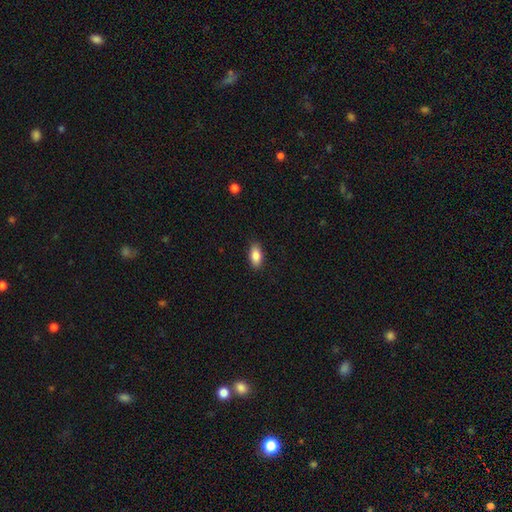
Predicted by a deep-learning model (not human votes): A smooth galaxy with no disk features (86%) that is in between round and cigar-shaped (88%).

Vote fractions:
- Smooth or featured? smooth: 86% / featured or disk: 8% / star or artifact: 7%
- How rounded? in between: 88% / cigar-shaped: 8% / round: 3%
- Merging? none: 87% / minor disturbance: 10% / major disturbance: 2% / merger: 1%